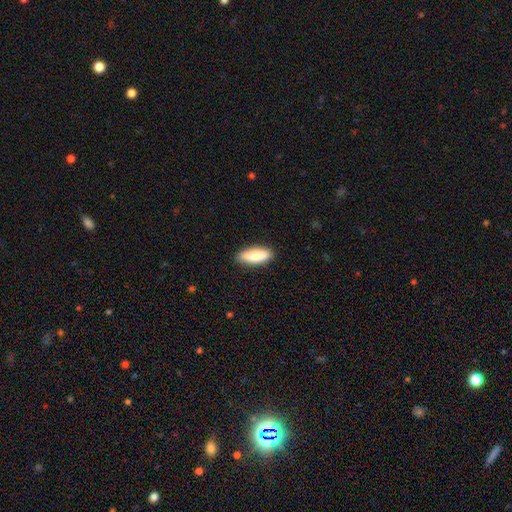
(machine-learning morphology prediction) This is clearly a smooth galaxy (86%). How rounded: possibly in between (59%). Merging: clearly none (89%).